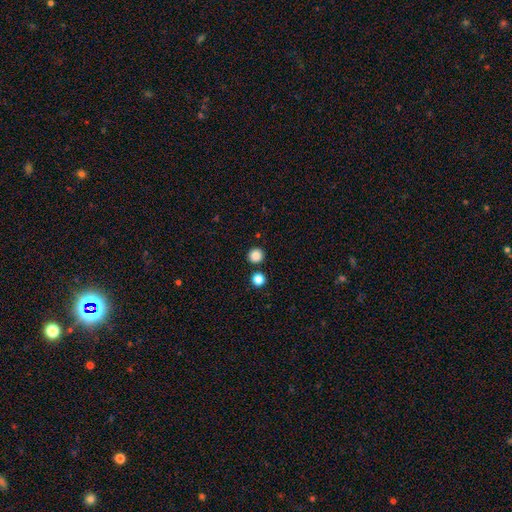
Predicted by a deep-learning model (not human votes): smooth_or_featured: smooth (p=0.86) [alt: star or artifact p=0.11]
how_rounded: round (p=0.95) [alt: in between p=0.04]
merging: none (p=0.88) [alt: merger p=0.05]